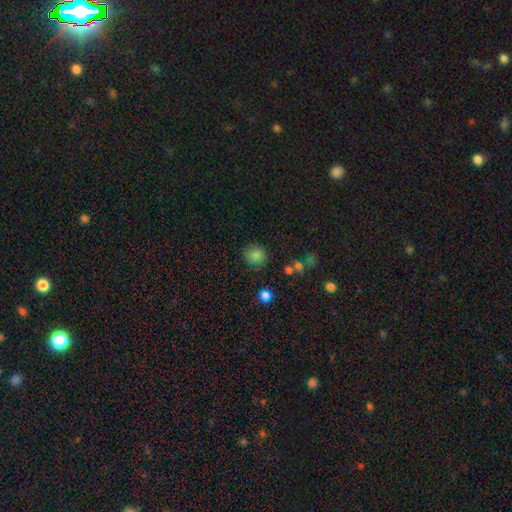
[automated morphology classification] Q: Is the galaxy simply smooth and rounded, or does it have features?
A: smooth — 82%.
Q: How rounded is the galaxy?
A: round — 84%.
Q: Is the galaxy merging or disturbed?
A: none — 81%.